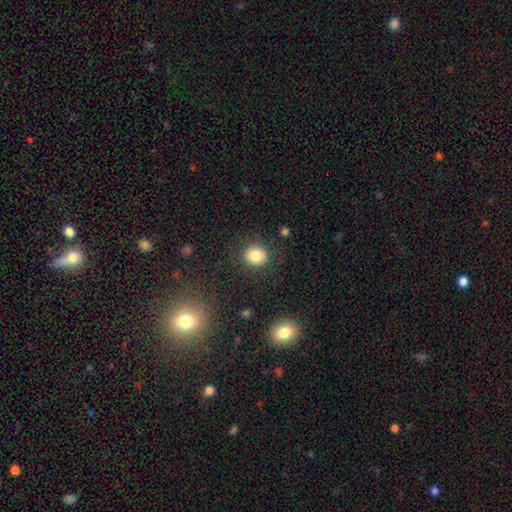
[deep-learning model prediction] The model was most divided on "how rounded": round: 79%, in between: 20%, cigar-shaped: 1%. More confident: merging — none (85%); smooth or featured — smooth (81%).